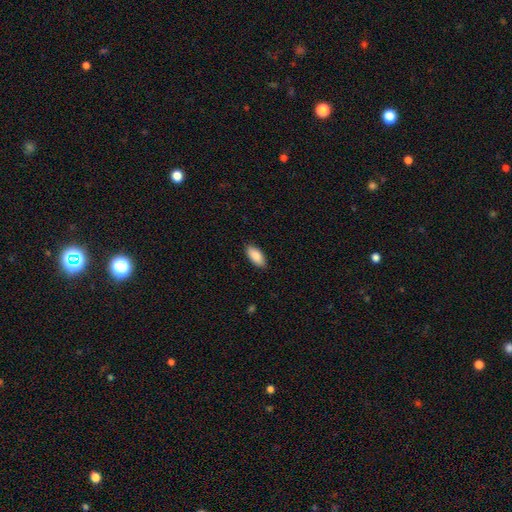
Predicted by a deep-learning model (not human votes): Morphology: type=smooth (89%); roundness=in between (89%); merging=none (88%).